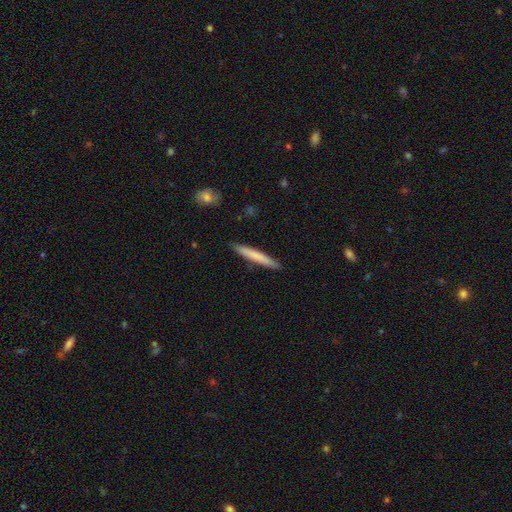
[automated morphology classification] Smooth or featured? smooth (73%)
How rounded? cigar-shaped (96%)
Merging? none (90%)